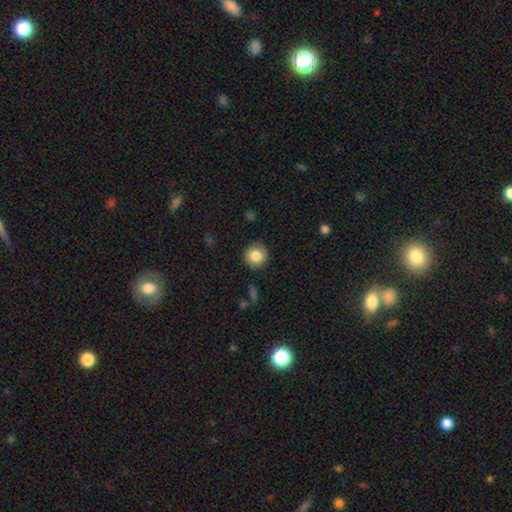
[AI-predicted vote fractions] This appears to be a smooth galaxy with no disk features (81%) that is round (92%). Merging: none (87%).